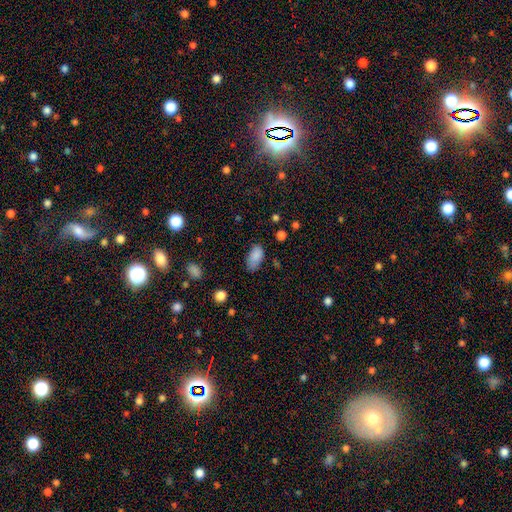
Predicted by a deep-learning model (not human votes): Smooth or featured?
  - smooth: 85% *
  - star or artifact: 8%
  - featured or disk: 6%
How rounded?
  - in between: 93% *
  - round: 4%
  - cigar-shaped: 3%
Merging?
  - none: 66% *
  - minor disturbance: 26%
  - major disturbance: 6%
  - merger: 2%